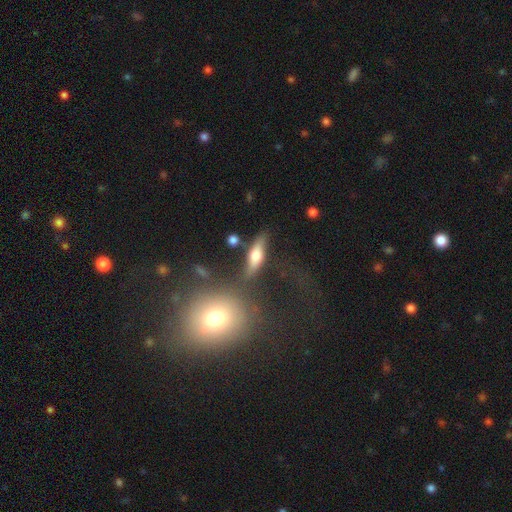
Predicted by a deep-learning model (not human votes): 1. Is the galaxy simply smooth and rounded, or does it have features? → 48% smooth, 44% featured or disk, 8% star or artifact.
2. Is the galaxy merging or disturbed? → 66% none, 17% minor disturbance, 8% merger, 8% major disturbance.